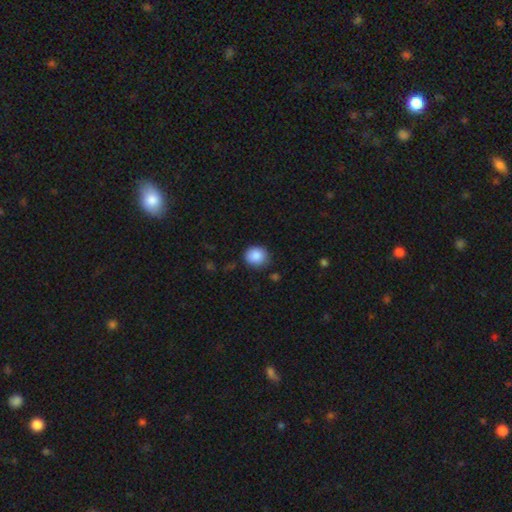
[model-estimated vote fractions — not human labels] Overall: smooth (87%). How rounded: round (78%). Merging: none (81%).